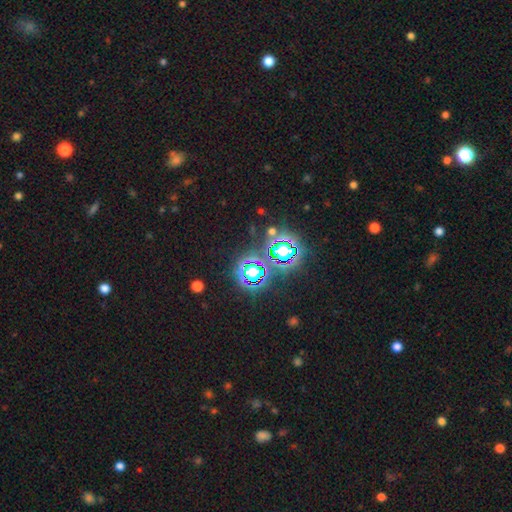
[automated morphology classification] Smooth or featured? star or artifact (80%)